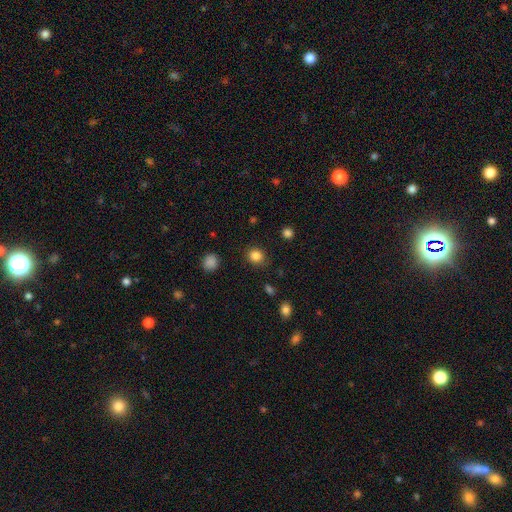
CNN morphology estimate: smooth-or-featured: smooth: 85% | star or artifact: 11% | featured or disk: 4%
  how-rounded: round: 81% | in between: 18% | cigar-shaped: 1%
  merging: none: 86% | minor disturbance: 9% | major disturbance: 3% | merger: 1%